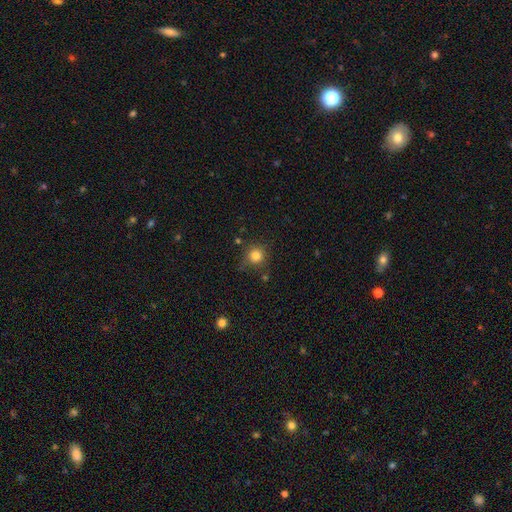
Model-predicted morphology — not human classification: smooth 82%, star or artifact 12%, featured or disk 6%. Down the decision tree: how rounded — round (92%); merging — none (76%).